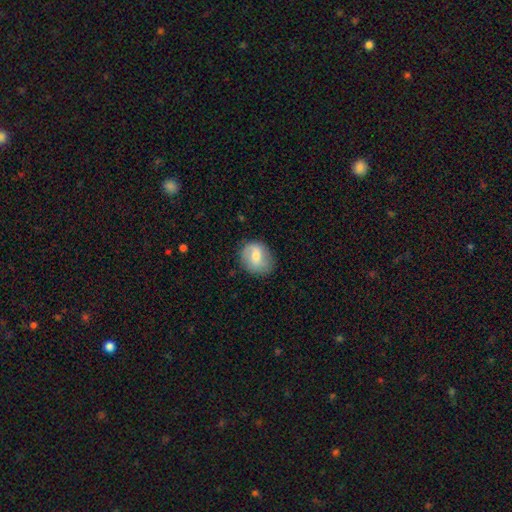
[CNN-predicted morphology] Smooth or featured: smooth — 54% (featured or disk — 38%)
How rounded: round — 63% (in between — 36%)
Merging: none — 75% (minor disturbance — 18%)